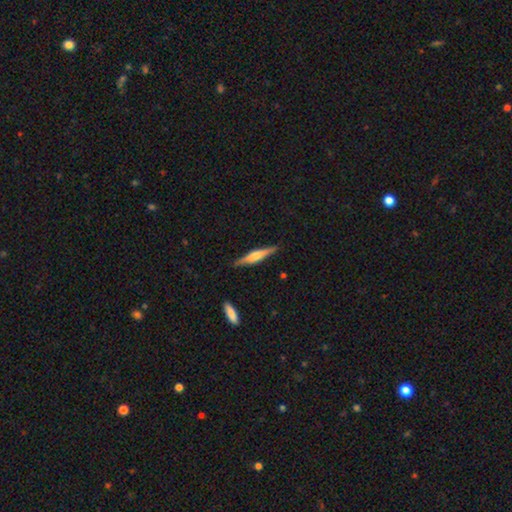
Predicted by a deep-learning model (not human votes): Q: Smooth or featured?
A: featured or disk (60%); runner-up: smooth (34%)
Q: Edge-on disk?
A: yes (97%); runner-up: no (3%)
Q: Edge-on bulge?
A: rounded (72%); runner-up: boxy (20%)
Q: Merging?
A: none (88%); runner-up: minor disturbance (9%)